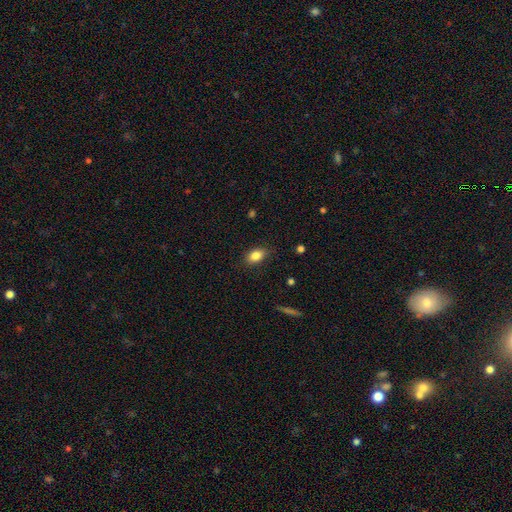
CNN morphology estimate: A smooth galaxy with no disk features (85%) that is in between round and cigar-shaped (84%).

Vote fractions:
- Smooth or featured? smooth: 85% / star or artifact: 9% / featured or disk: 7%
- How rounded? in between: 84% / round: 14% / cigar-shaped: 2%
- Merging? none: 84% / minor disturbance: 12% / major disturbance: 3% / merger: 1%